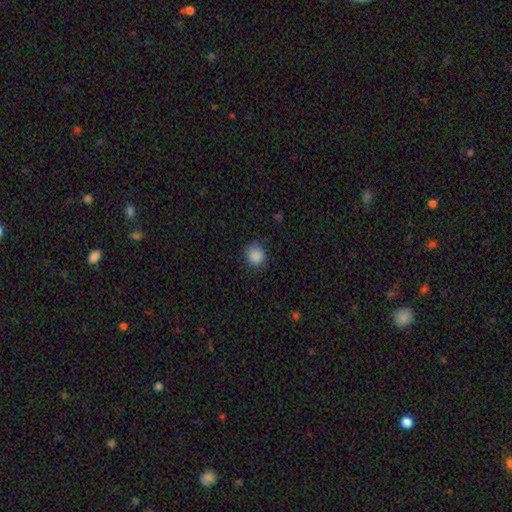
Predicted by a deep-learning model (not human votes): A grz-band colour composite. It shows a smooth galaxy with no disk features (88%) that is round (88%). Merging: none (82%).